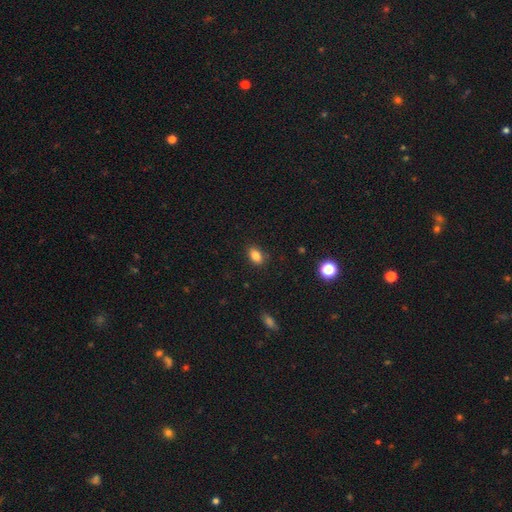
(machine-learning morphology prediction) smooth 83%, star or artifact 10%, featured or disk 6%. Down the decision tree: how rounded — in between (84%); merging — none (86%).